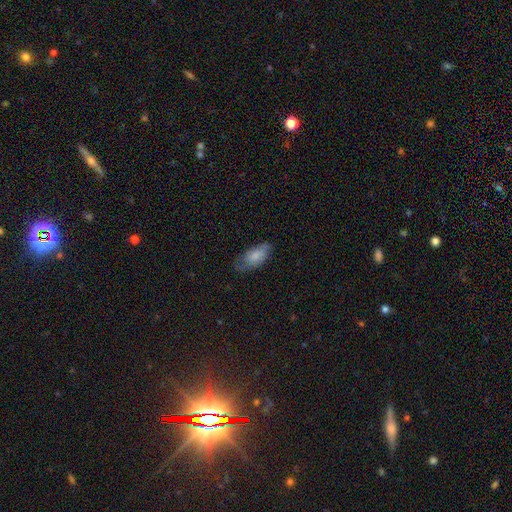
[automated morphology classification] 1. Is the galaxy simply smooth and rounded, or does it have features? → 69% smooth, 25% featured or disk, 6% star or artifact.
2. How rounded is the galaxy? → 89% in between, 9% cigar-shaped, 2% round.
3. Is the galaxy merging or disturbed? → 64% none, 27% minor disturbance, 8% major disturbance, 1% merger.